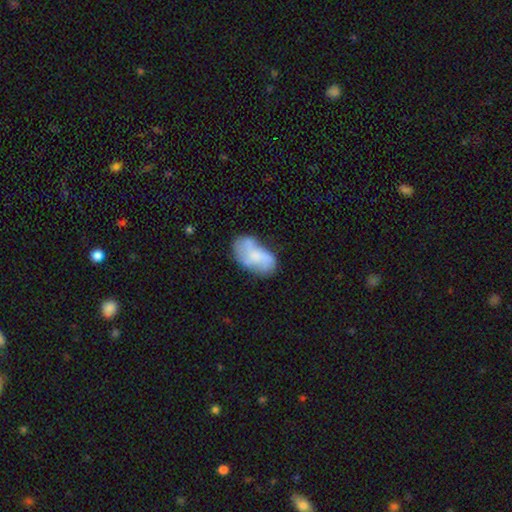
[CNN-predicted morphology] Smooth or featured?
  - smooth: 49% *
  - featured or disk: 43%
  - star or artifact: 8%
Merging?
  - none: 39% *
  - minor disturbance: 29%
  - major disturbance: 19%
  - merger: 12%